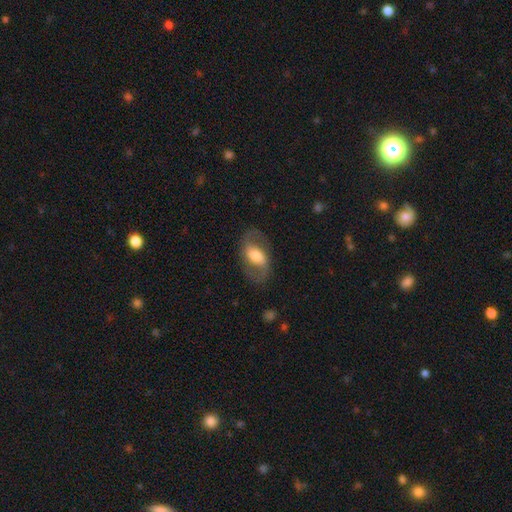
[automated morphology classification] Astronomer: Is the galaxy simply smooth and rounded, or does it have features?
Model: featured or disk — 67%.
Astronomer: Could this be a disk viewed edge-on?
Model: no — 95%.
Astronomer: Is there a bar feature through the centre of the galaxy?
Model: weak — 39% (runner-up: strong, 33%).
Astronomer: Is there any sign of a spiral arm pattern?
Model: yes — 80%.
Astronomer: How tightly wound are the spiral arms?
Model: medium — 48% (runner-up: loose, 38%).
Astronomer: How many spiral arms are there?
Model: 2 — 89%.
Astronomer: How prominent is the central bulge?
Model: moderate — 53%.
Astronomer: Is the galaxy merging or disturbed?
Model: none — 77%.